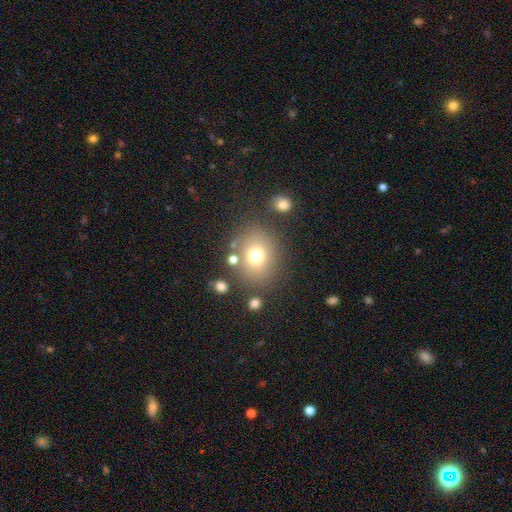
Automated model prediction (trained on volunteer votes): Morphology: type=smooth (71%); roundness=round (68%); merging=none (74%).